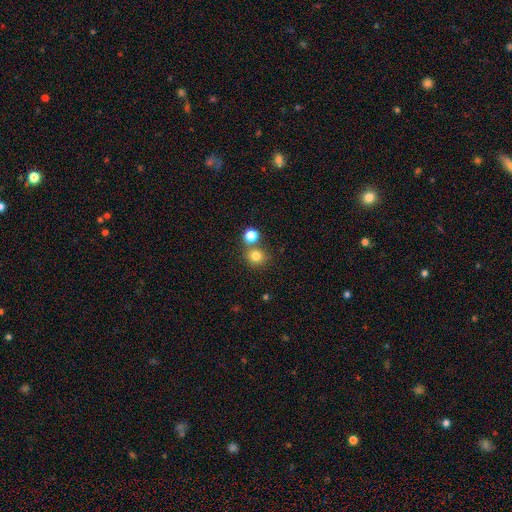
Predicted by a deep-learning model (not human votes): Smooth or featured: smooth — 79% (star or artifact — 14%)
How rounded: round — 88% (in between — 11%)
Merging: none — 64% (merger — 26%)